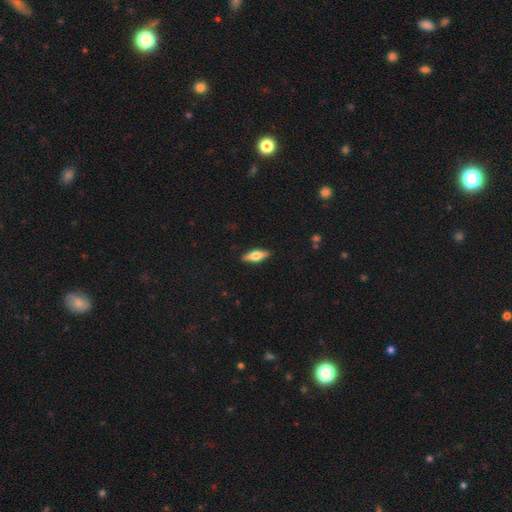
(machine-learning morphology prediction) smooth-or-featured: smooth: 50% | featured or disk: 44% | star or artifact: 6%
  how-rounded: in between: 57% | cigar-shaped: 40% | round: 3%
  merging: none: 90% | minor disturbance: 8% | major disturbance: 2% | merger: 1%